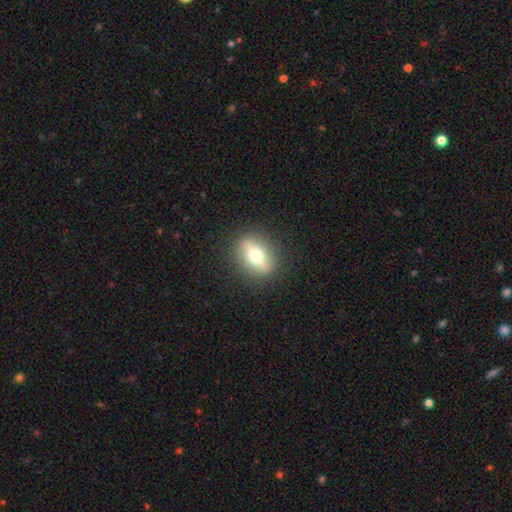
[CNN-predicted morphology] smooth_or_featured: smooth (p=0.53) [alt: featured or disk p=0.38]
how_rounded: in between (p=0.56) [alt: round p=0.36]
merging: none (p=0.87) [alt: minor disturbance p=0.09]